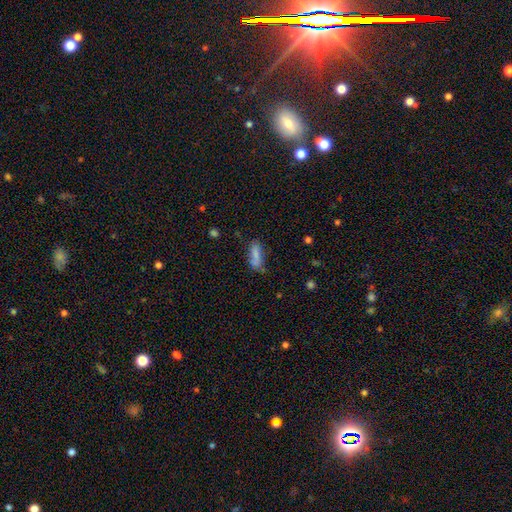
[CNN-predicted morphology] The model was most divided on "merging": none: 50%, minor disturbance: 25%, merger: 14%, major disturbance: 10%. More confident: smooth or featured — smooth (78%); how rounded — in between (65%).